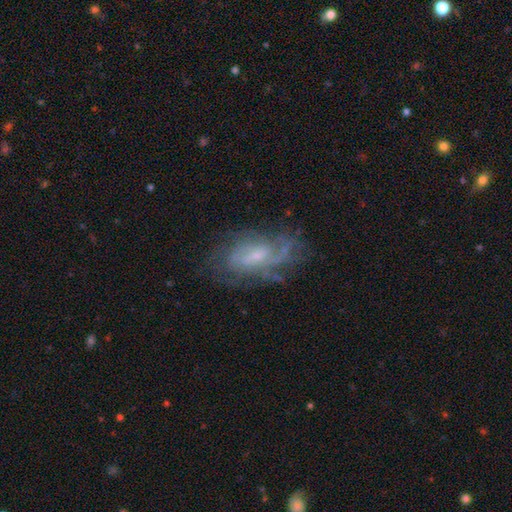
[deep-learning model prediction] The model was most divided on "bar": no: 46%, weak: 44%, strong: 9%. Remaining: edge-on disk — no (94%); spiral arms — yes (82%); smooth or featured — featured or disk (75%); merging — none (61%); bulge size — small (60%); spiral arm count — can't tell (47%); spiral winding — tight (42%).